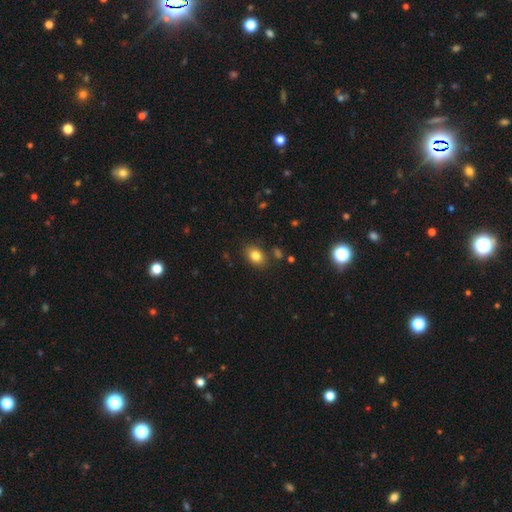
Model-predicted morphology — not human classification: smooth_or_featured: smooth (p=0.82) [alt: star or artifact p=0.10]
how_rounded: in between (p=0.72) [alt: round p=0.26]
merging: none (p=0.82) [alt: minor disturbance p=0.12]